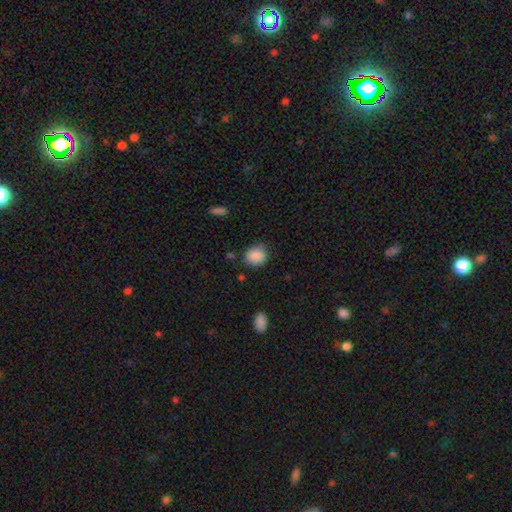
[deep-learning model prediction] smooth-or-featured: smooth: 85% | star or artifact: 8% | featured or disk: 7%
  how-rounded: round: 57% | in between: 42% | cigar-shaped: 1%
  merging: none: 69% | minor disturbance: 23% | major disturbance: 5% | merger: 2%